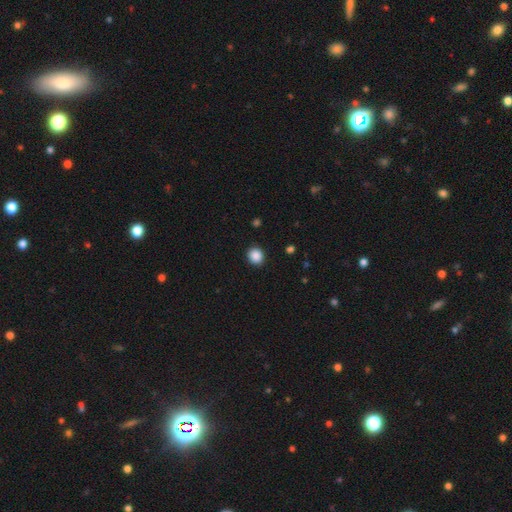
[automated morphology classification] Smooth or featured? Predicted: smooth (p=0.88). How rounded? Predicted: round (p=0.82). Merging? Predicted: none (p=0.91).